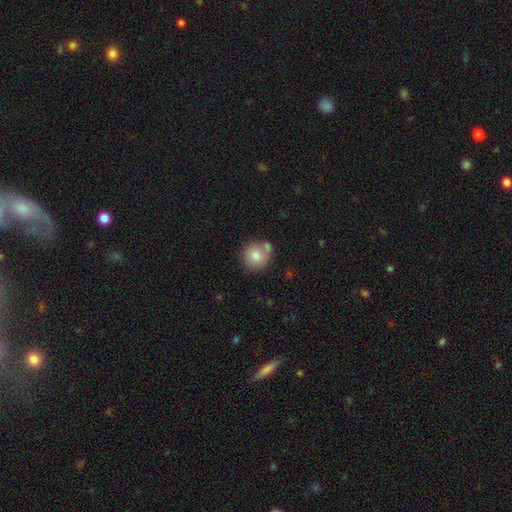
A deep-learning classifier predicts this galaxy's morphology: Smooth or featured: smooth — 80% (featured or disk — 12%)
How rounded: round — 90% (in between — 9%)
Merging: none — 58% (merger — 24%)